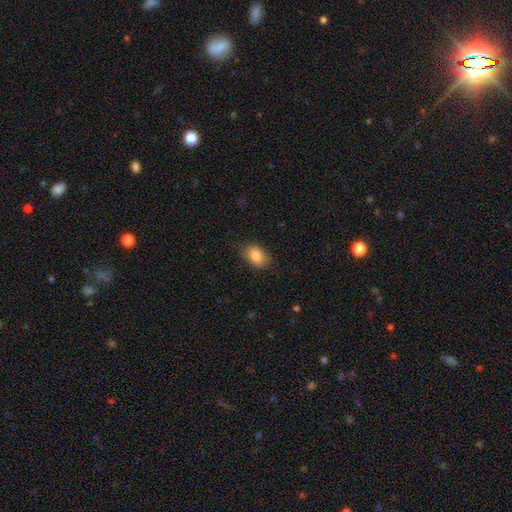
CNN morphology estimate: Q: Smooth or featured?
A: smooth (86%); runner-up: star or artifact (8%)
Q: How rounded?
A: in between (81%); runner-up: round (17%)
Q: Merging?
A: none (80%); runner-up: minor disturbance (15%)